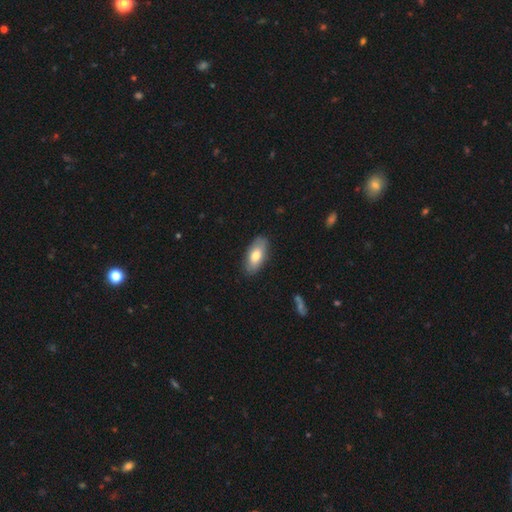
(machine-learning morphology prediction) Smooth or featured?
  - smooth: 74% *
  - featured or disk: 20%
  - star or artifact: 6%
How rounded?
  - in between: 88% *
  - cigar-shaped: 9%
  - round: 3%
Merging?
  - none: 86% *
  - minor disturbance: 11%
  - major disturbance: 2%
  - merger: 1%